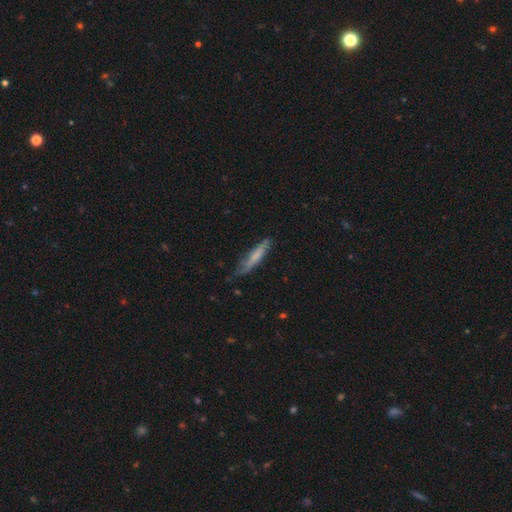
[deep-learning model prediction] Overall: smooth (60%; featured or disk 34%). How rounded: cigar-shaped (87%). Merging: none (61%; minor disturbance 28%).